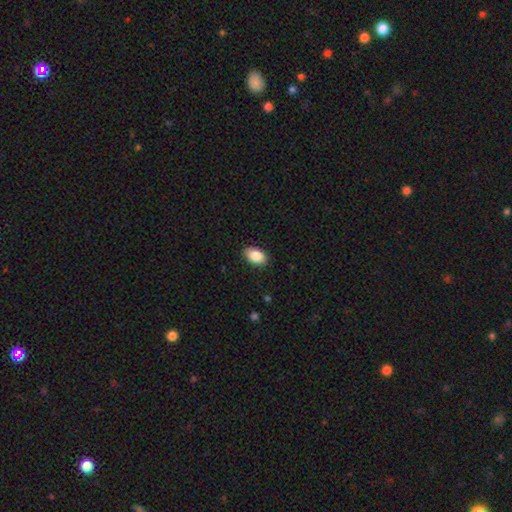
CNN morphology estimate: A smooth galaxy with no disk features (88%) that is in between round and cigar-shaped (91%).

Vote fractions:
- Smooth or featured? smooth: 88% / star or artifact: 7% / featured or disk: 5%
- How rounded? in between: 91% / round: 7% / cigar-shaped: 1%
- Merging? none: 87% / minor disturbance: 10% / major disturbance: 2% / merger: 1%